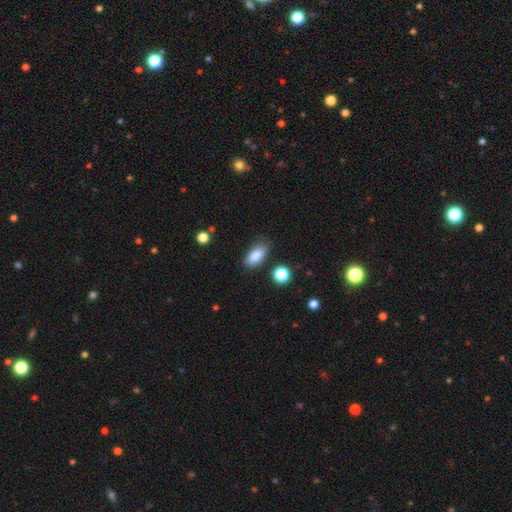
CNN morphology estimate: A smooth galaxy with no disk features (86%) that is in between round and cigar-shaped (88%).

Vote fractions:
- Smooth or featured? smooth: 86% / star or artifact: 8% / featured or disk: 6%
- How rounded? in between: 88% / cigar-shaped: 8% / round: 4%
- Merging? none: 77% / minor disturbance: 16% / major disturbance: 4% / merger: 3%